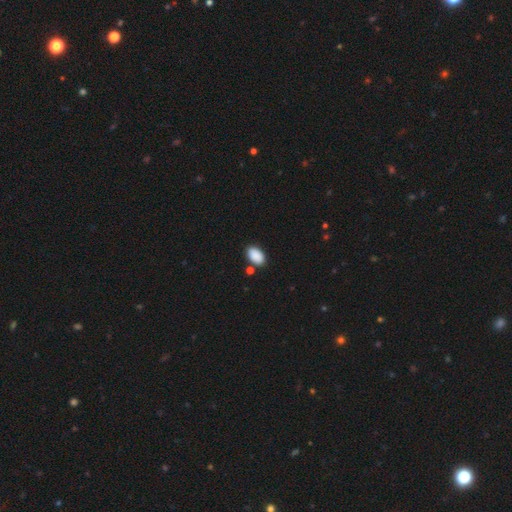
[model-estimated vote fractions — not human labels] Overall: smooth (90%). How rounded: in between (93%). Merging: none (82%).